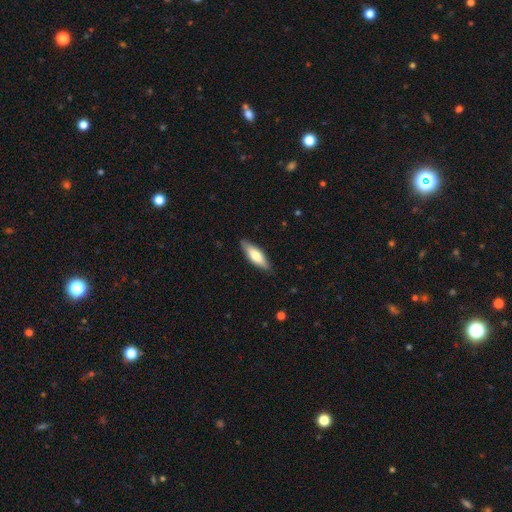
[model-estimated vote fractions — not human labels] smooth_or_featured: smooth (p=0.69) [alt: featured or disk p=0.26]
how_rounded: in between (p=0.50) [alt: cigar-shaped p=0.48]
merging: none (p=0.86) [alt: minor disturbance p=0.11]